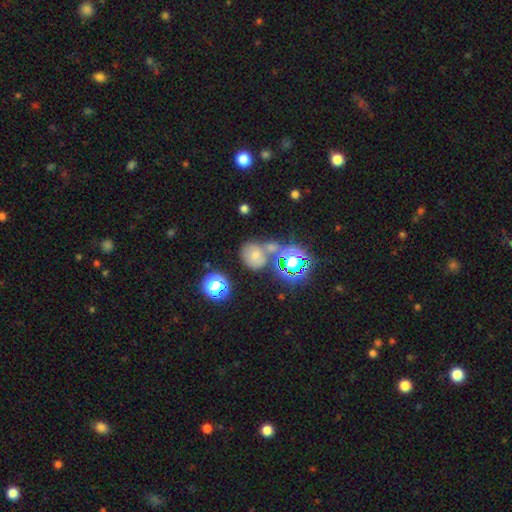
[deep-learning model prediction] smooth_or_featured: smooth (p=0.56) [alt: star or artifact p=0.30]
how_rounded: round (p=0.70) [alt: in between p=0.29]
merging: none (p=0.48) [alt: merger p=0.33]